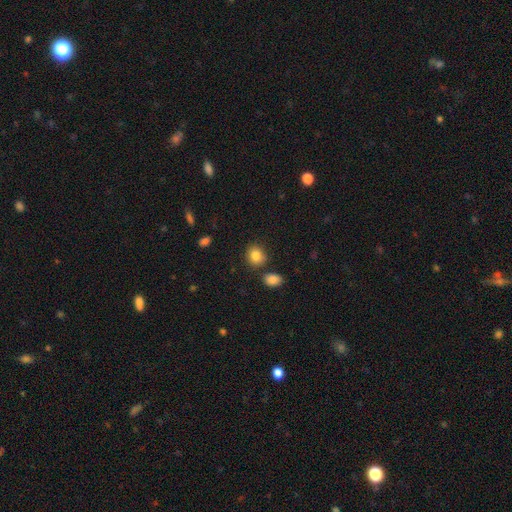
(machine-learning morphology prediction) This is clearly a smooth galaxy (86%). How rounded: likely round (65%). Merging: likely none (78%).